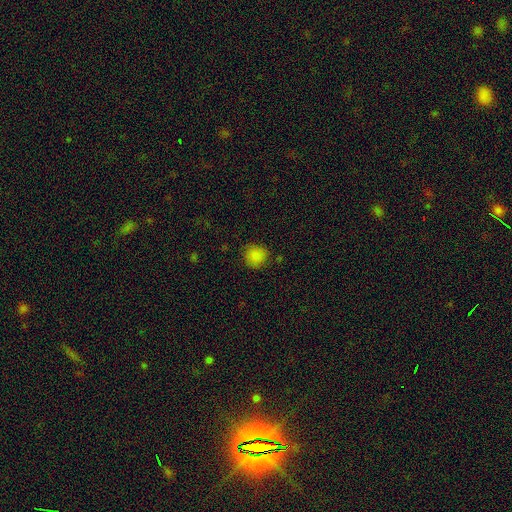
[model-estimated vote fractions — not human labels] Smooth or featured?
  - smooth: 85% *
  - star or artifact: 11%
  - featured or disk: 4%
How rounded?
  - round: 90% *
  - in between: 10%
  - cigar-shaped: 1%
Merging?
  - none: 82% *
  - minor disturbance: 14%
  - major disturbance: 3%
  - merger: 2%